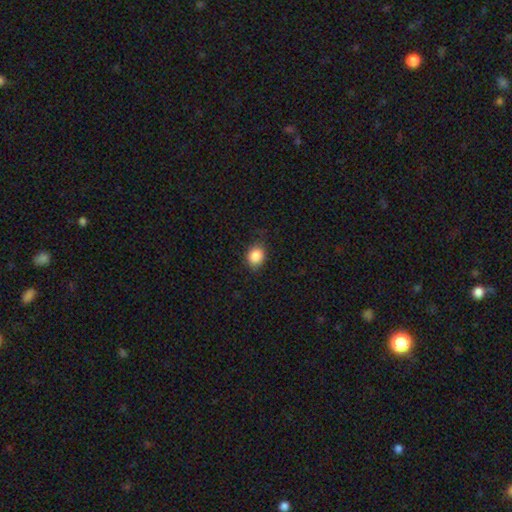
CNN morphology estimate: Smooth or featured?
  - smooth: 86% *
  - star or artifact: 10%
  - featured or disk: 4%
How rounded?
  - round: 61% *
  - in between: 38%
  - cigar-shaped: 1%
Merging?
  - none: 81% *
  - minor disturbance: 14%
  - major disturbance: 3%
  - merger: 1%